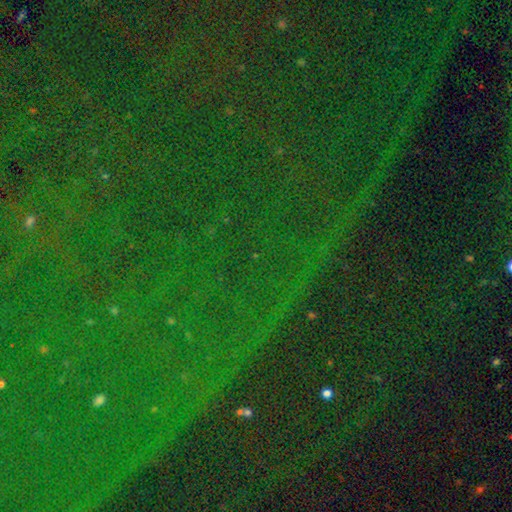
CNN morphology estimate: type=star or artifact (86%).